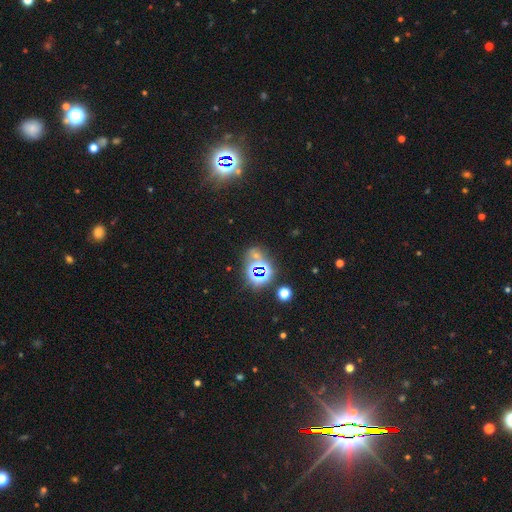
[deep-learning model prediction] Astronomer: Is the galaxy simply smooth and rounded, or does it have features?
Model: star or artifact — 71%.